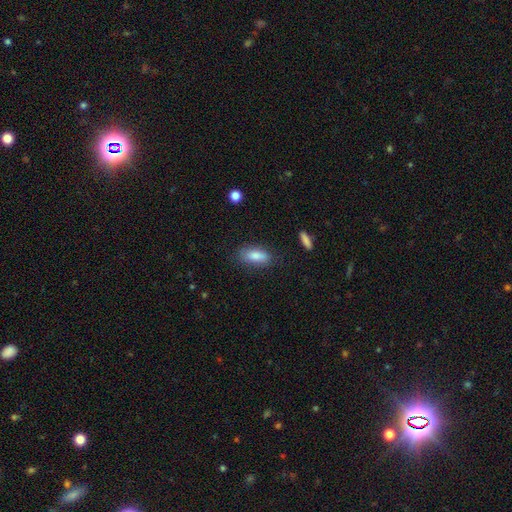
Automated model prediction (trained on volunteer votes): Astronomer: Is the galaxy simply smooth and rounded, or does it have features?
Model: smooth — 83%.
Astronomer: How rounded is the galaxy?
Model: in between — 80%.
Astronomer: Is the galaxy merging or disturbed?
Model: none — 80%.